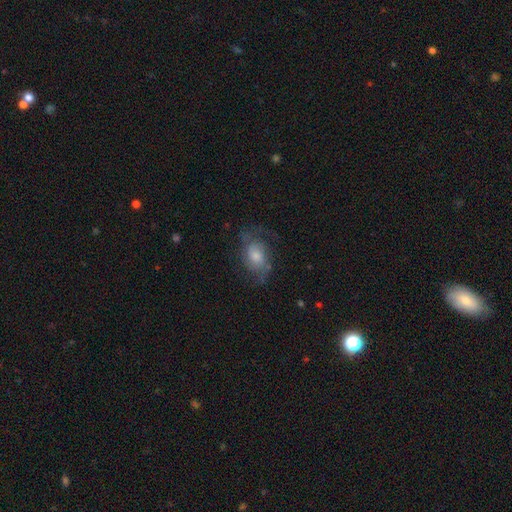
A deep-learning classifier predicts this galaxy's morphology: This appears to be a featured or disk galaxy (68%) with no bar (69%), 2 (66%) medium (48%) spiral arms (89%) and a moderate central bulge (49%). Merging: none (65%).